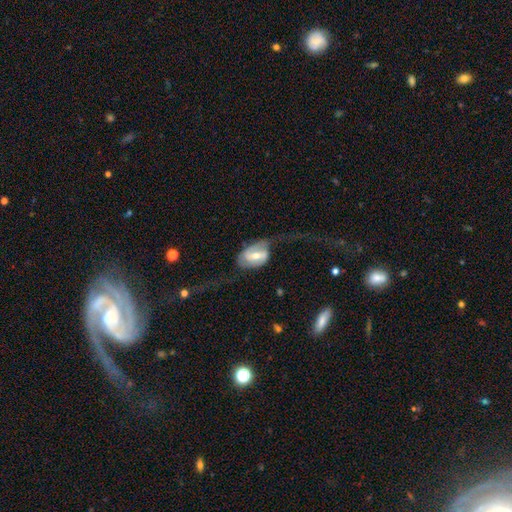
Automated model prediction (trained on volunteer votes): A featured or disk galaxy (68%) with a strong bar (50%), spiral arms (73%) and a moderate central bulge (62%).

Vote fractions:
- Smooth or featured? featured or disk: 68% / smooth: 27% / star or artifact: 6%
- Edge-on disk? no: 94% / yes: 6%
- Bar? strong: 50% / weak: 36% / no: 13%
- Spiral arms? yes: 73% / no: 27%
- Bulge size? moderate: 62% / small: 29% / large: 5% / none: 2% / dominant: 1%
- Merging? major disturbance: 42% / none: 37% / minor disturbance: 17% / merger: 3%